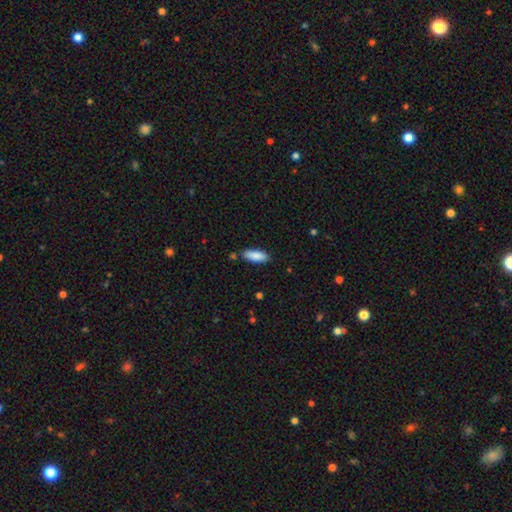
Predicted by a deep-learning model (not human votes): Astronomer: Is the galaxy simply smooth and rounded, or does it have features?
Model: smooth — 87%.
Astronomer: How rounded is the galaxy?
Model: in between — 66%.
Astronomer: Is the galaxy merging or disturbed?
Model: none — 83%.